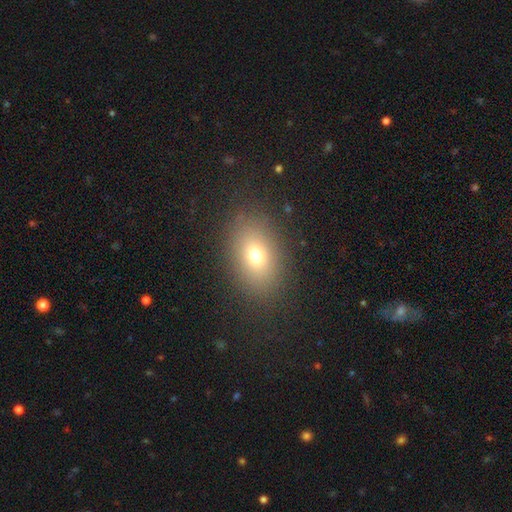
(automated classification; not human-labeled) This appears to be a smooth galaxy with no disk features (71%) that is in between round and cigar-shaped (76%). Merging: none (86%).